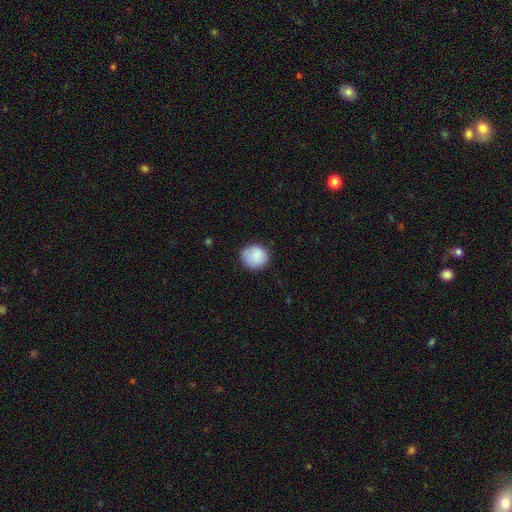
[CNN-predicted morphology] Smooth or featured: smooth — 85% (featured or disk — 8%)
How rounded: round — 87% (in between — 12%)
Merging: none — 82% (minor disturbance — 15%)